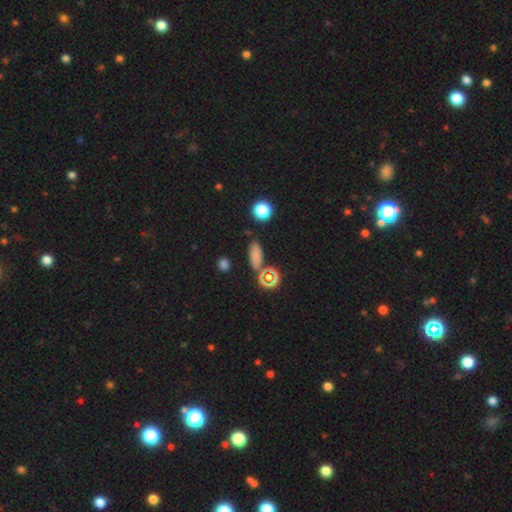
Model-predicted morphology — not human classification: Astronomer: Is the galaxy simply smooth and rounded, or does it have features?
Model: smooth — 72%.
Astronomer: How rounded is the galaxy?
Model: in between — 61%.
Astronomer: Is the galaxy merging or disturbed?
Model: none — 82%.